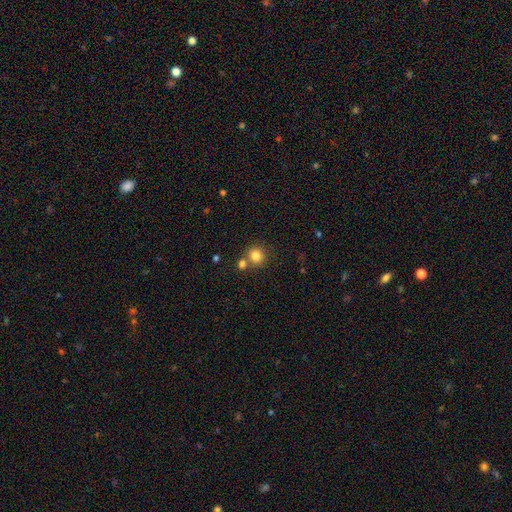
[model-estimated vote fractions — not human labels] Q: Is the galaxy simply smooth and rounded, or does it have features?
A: smooth — 82%.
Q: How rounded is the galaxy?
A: round — 91%.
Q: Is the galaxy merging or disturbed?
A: none — 67%.